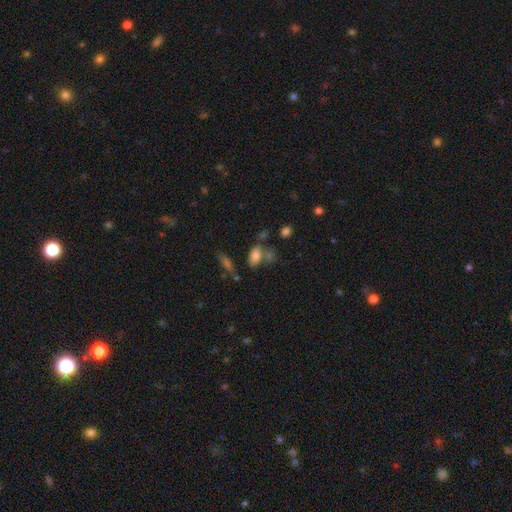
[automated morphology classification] smooth-or-featured: smooth: 77% | star or artifact: 13% | featured or disk: 10%
  how-rounded: in between: 87% | round: 7% | cigar-shaped: 6%
  merging: none: 49% | merger: 25% | minor disturbance: 17% | major disturbance: 9%